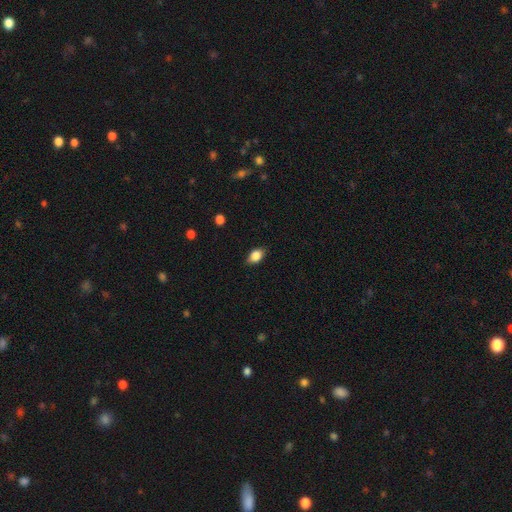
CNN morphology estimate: Smooth or featured?
  - smooth: 83% *
  - featured or disk: 9%
  - star or artifact: 8%
How rounded?
  - in between: 83% *
  - round: 14%
  - cigar-shaped: 3%
Merging?
  - none: 81% *
  - minor disturbance: 15%
  - major disturbance: 3%
  - merger: 1%